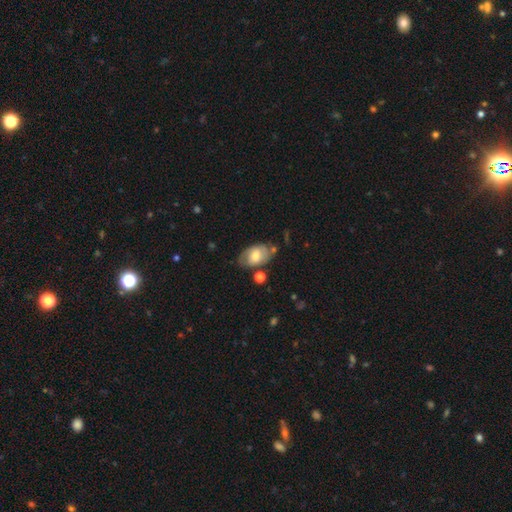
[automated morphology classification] The model was most divided on "smooth or featured": smooth: 57%, featured or disk: 36%, star or artifact: 7%. More confident: how rounded — in between (88%); merging — none (60%).